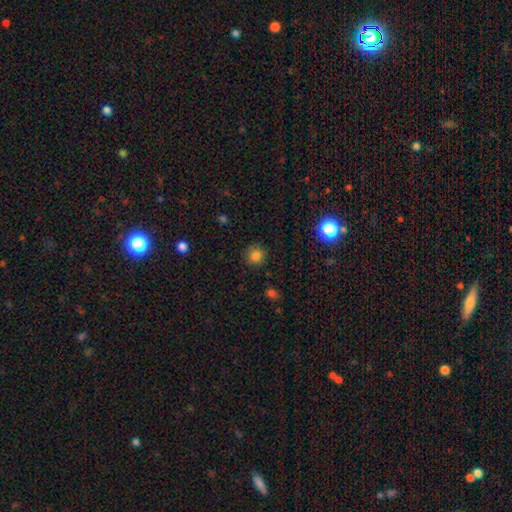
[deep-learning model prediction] smooth-or-featured: smooth: 82% | star or artifact: 13% | featured or disk: 4%
  how-rounded: round: 91% | in between: 8% | cigar-shaped: 1%
  merging: none: 87% | minor disturbance: 9% | major disturbance: 3% | merger: 1%